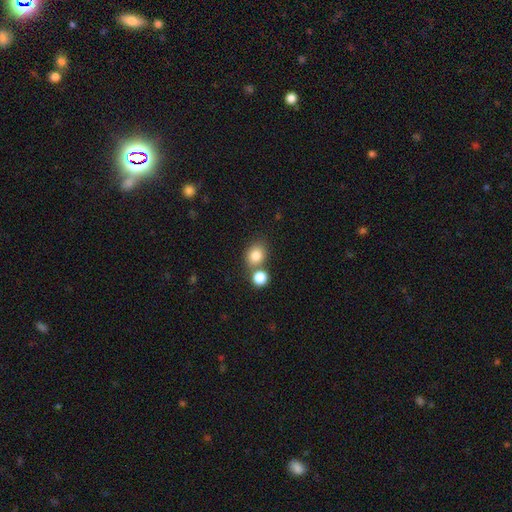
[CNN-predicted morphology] This is clearly a smooth galaxy (82%). How rounded: likely round (63%). Merging: possibly none (59%).